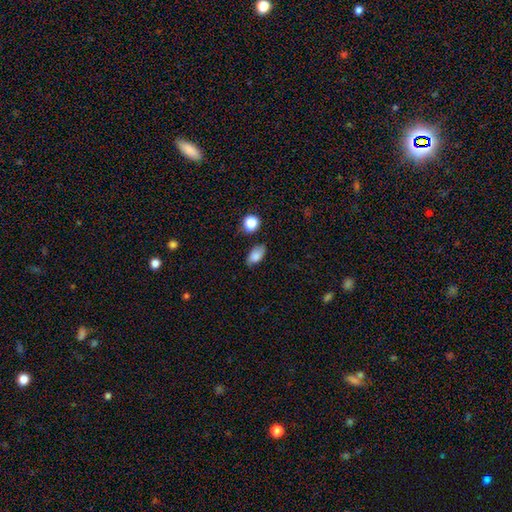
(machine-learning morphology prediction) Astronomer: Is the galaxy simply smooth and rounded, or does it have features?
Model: smooth — 82%.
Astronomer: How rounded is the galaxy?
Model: in between — 89%.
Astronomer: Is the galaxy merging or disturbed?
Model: none — 77%.